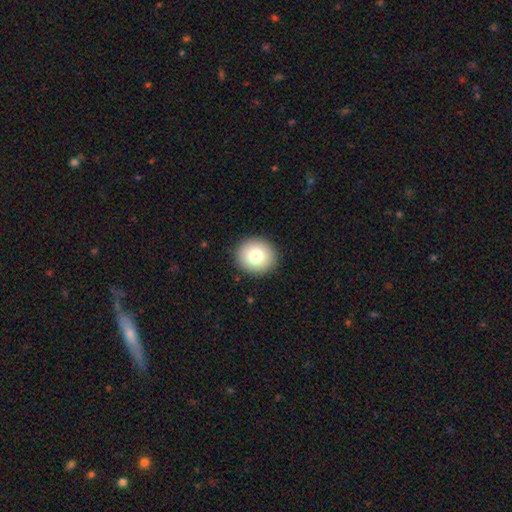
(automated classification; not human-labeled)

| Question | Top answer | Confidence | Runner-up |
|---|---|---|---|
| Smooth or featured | smooth | 79% | featured or disk (12%) |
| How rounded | round | 88% | in between (12%) |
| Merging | none | 91% | minor disturbance (6%) |